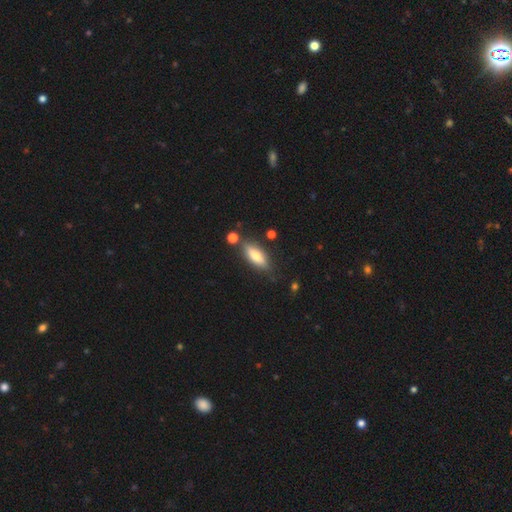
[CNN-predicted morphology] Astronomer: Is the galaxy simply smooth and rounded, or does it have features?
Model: smooth — 66%.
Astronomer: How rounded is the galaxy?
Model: in between — 66%.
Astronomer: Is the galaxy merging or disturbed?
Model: none — 79%.